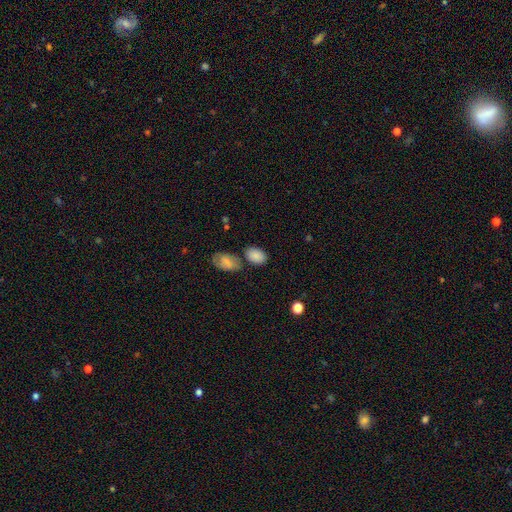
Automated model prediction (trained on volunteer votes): Smooth or featured? Predicted: smooth (p=0.85). How rounded? Predicted: in between (p=0.87). Merging? Predicted: none (p=0.66).